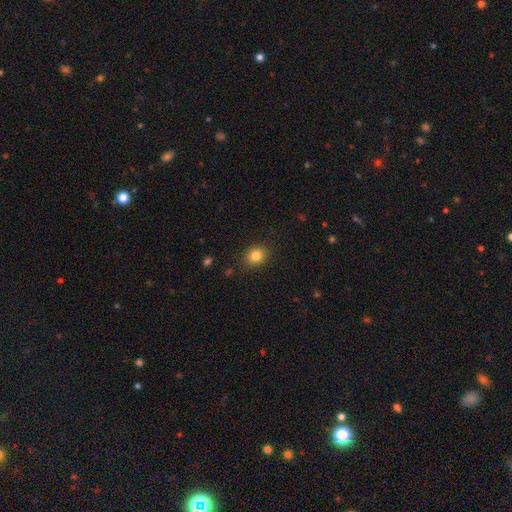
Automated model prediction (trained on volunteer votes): smooth 83%, star or artifact 10%, featured or disk 7%. Down the decision tree: how rounded — round (60%); merging — none (87%).